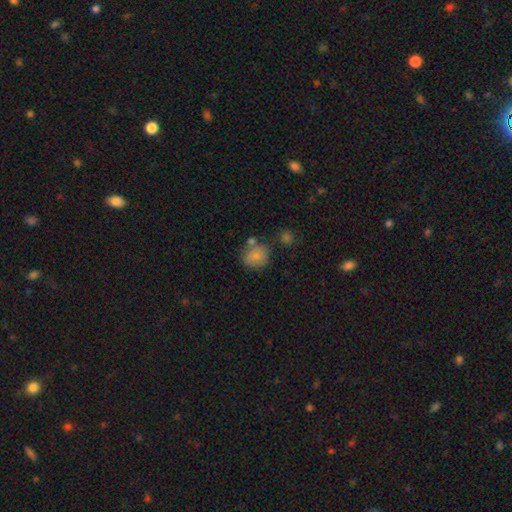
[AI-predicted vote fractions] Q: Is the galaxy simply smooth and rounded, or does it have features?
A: smooth — 81%.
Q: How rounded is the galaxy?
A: round — 69%.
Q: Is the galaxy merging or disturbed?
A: none — 62%.